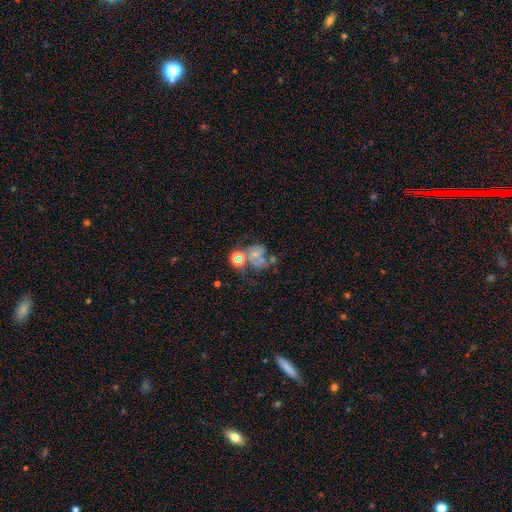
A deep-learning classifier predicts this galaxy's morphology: Smooth or featured: featured or disk — 40% (smooth — 37%)
Merging: merger — 36% (none — 30%)